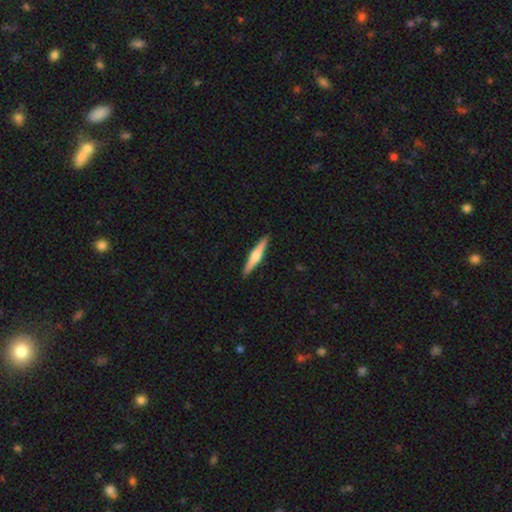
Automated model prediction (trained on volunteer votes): A featured or disk galaxy (55%) viewed edge-on (97%) with a rounded central bulge (81%). Merging: none (91%).